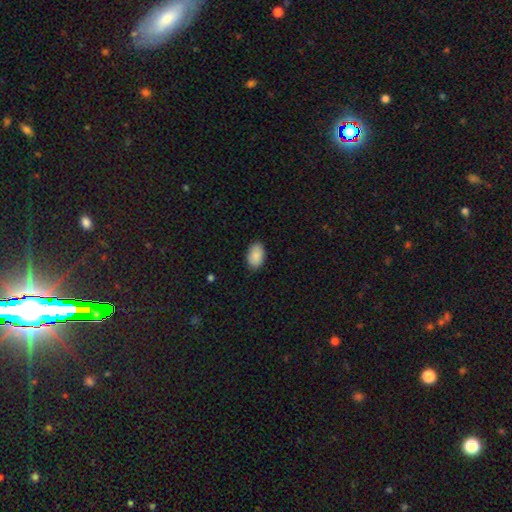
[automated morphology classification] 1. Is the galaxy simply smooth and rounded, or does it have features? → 90% smooth, 6% star or artifact, 4% featured or disk.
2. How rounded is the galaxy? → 93% in between, 6% round, 1% cigar-shaped.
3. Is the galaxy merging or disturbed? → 87% none, 10% minor disturbance, 2% major disturbance, 1% merger.